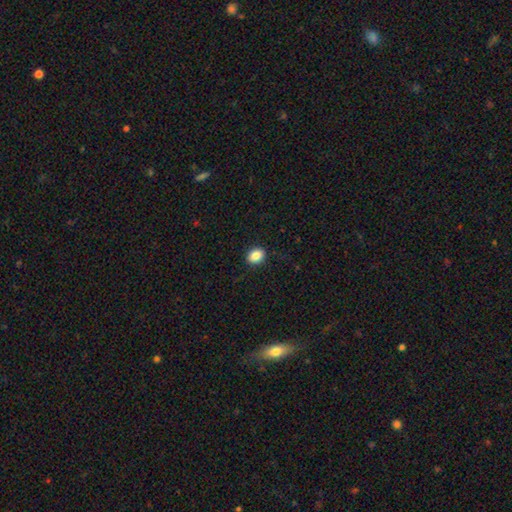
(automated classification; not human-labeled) Smooth or featured? smooth (87%)
How rounded? in between (55%)
Merging? none (88%)